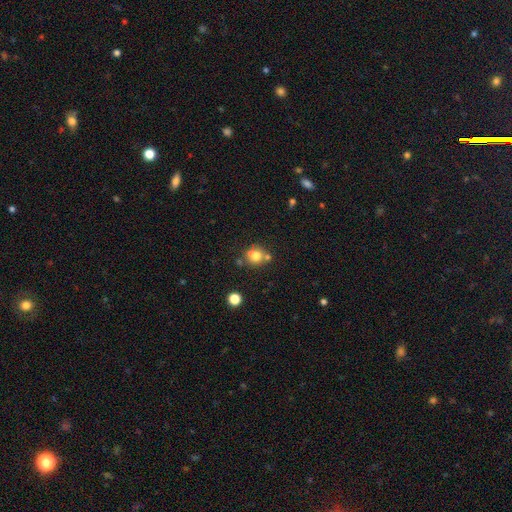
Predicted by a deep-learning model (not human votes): smooth 72%, featured or disk 15%, star or artifact 13%. Down the decision tree: how rounded — round (84%); merging — none (56%).